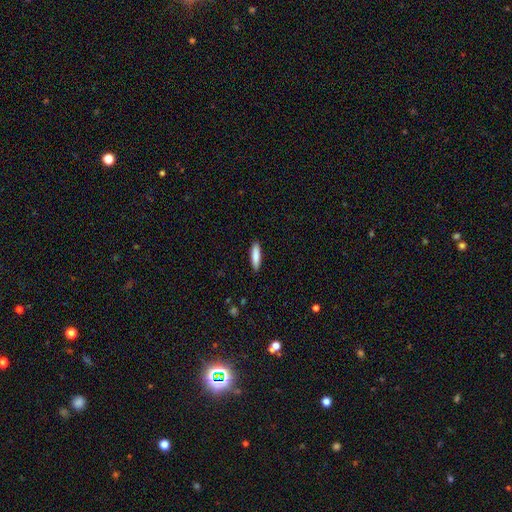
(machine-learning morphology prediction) type=smooth (85%); roundness=cigar-shaped (67%); merging=none (90%).